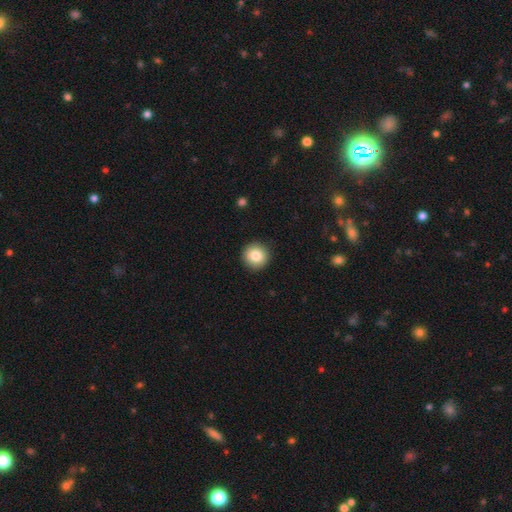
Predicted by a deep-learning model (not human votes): smooth 84%, star or artifact 9%, featured or disk 8%. Down the decision tree: how rounded — round (95%); merging — none (92%).